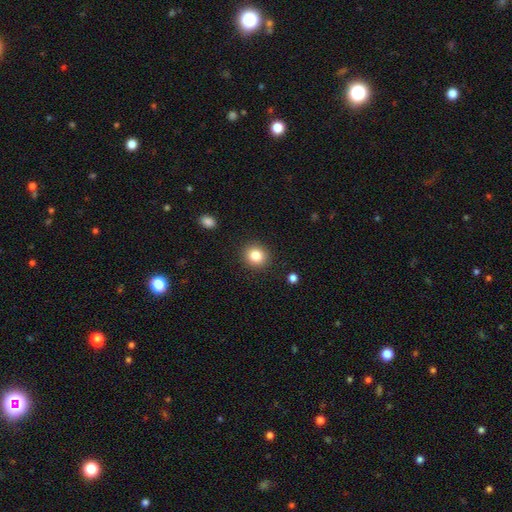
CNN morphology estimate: Smooth or featured?
  - smooth: 83% *
  - star or artifact: 10%
  - featured or disk: 7%
How rounded?
  - round: 78% *
  - in between: 21%
  - cigar-shaped: 1%
Merging?
  - none: 90% *
  - minor disturbance: 7%
  - major disturbance: 2%
  - merger: 1%